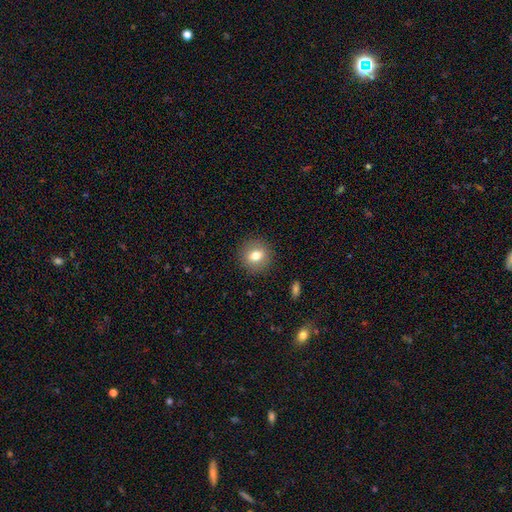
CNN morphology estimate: This appears to be a smooth galaxy with no disk features (76%) that is round (85%). Merging: none (90%).